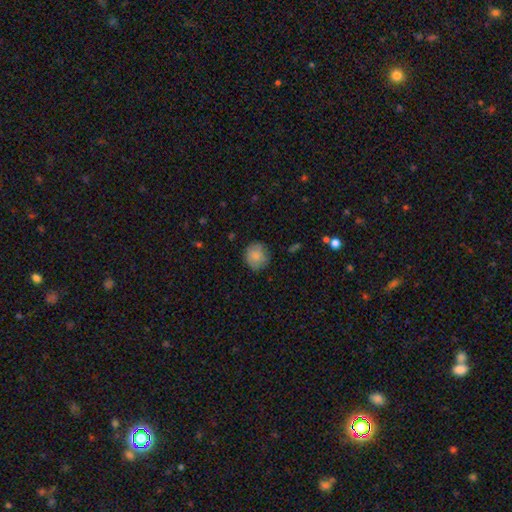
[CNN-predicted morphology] Smooth or featured: smooth — 85% (featured or disk — 7%)
How rounded: round — 89% (in between — 10%)
Merging: none — 81% (minor disturbance — 15%)